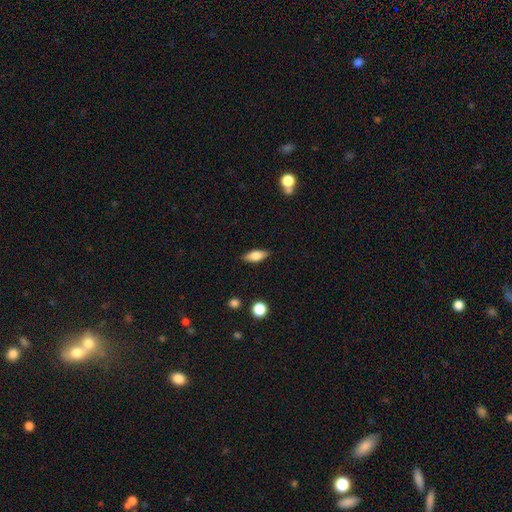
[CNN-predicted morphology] This is likely a smooth galaxy (76%). How rounded: likely in between (78%). Merging: clearly none (86%).